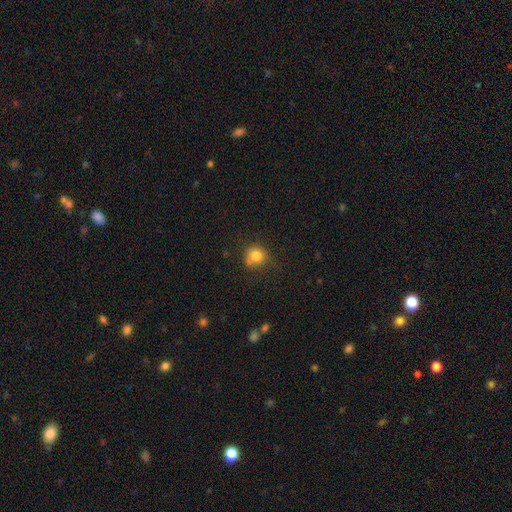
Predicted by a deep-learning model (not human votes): smooth 81%, star or artifact 11%, featured or disk 8%. Down the decision tree: how rounded — round (88%); merging — none (63%).